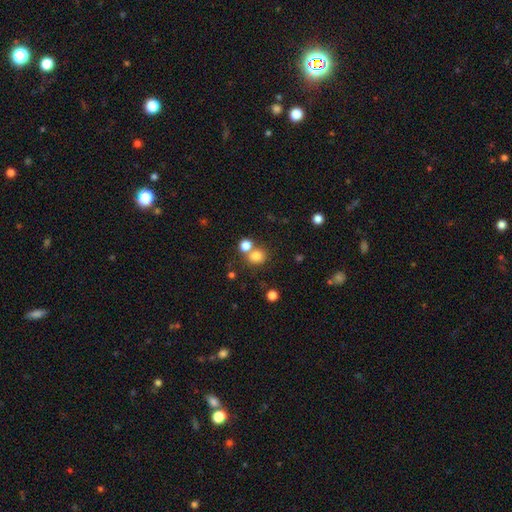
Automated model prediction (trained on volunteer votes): Smooth or featured? Predicted: smooth (p=0.79). How rounded? Predicted: round (p=0.74). Merging? Predicted: none (p=0.59).